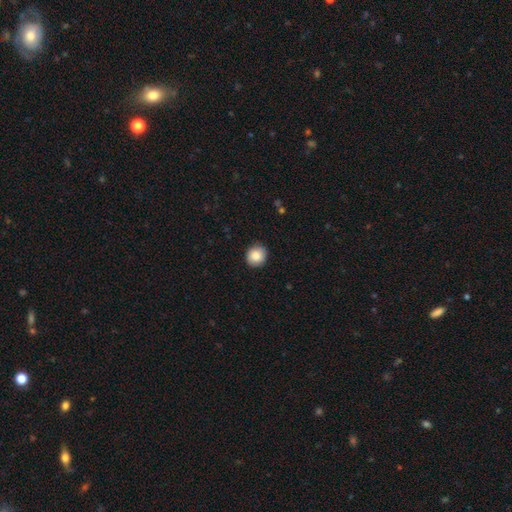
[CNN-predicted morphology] smooth 87%, star or artifact 8%, featured or disk 6%. Down the decision tree: how rounded — round (88%); merging — none (90%).